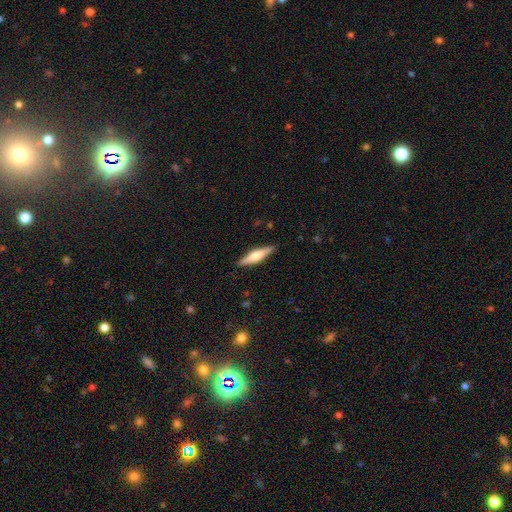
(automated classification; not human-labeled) This is possibly a featured or disk galaxy (50%). It is clearly viewed edge-on (96%). Merging: clearly none (89%).